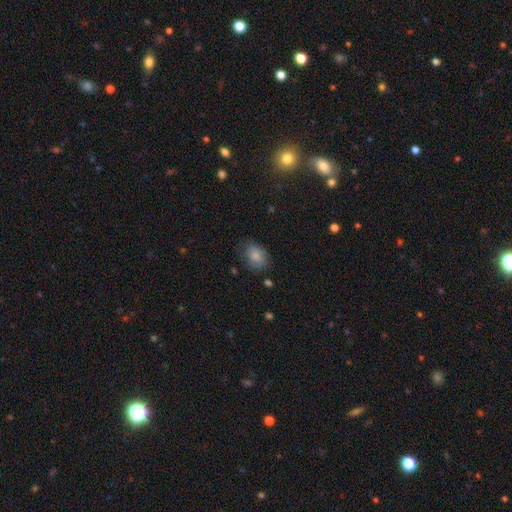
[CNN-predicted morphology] Overall: smooth (82%). How rounded: in between (65%; round 34%). Merging: none (70%).